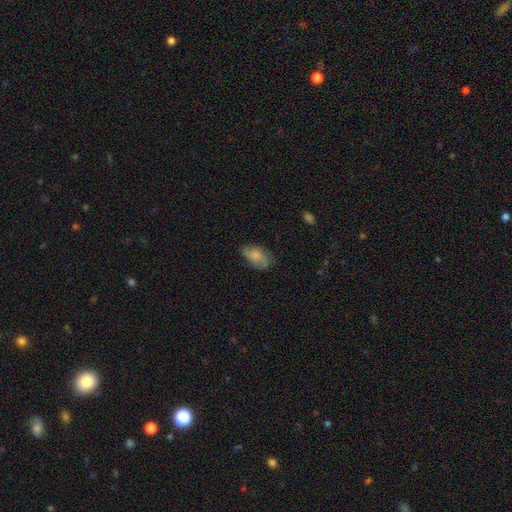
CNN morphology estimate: The model was most divided on "merging": none: 60%, minor disturbance: 29%, major disturbance: 9%, merger: 2%. More confident: how rounded — in between (91%); smooth or featured — smooth (72%).